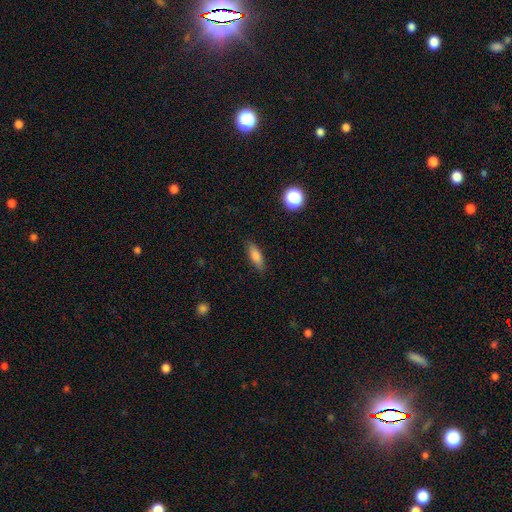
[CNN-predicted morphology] Smooth or featured? smooth (79%)
How rounded? in between (55%)
Merging? none (86%)